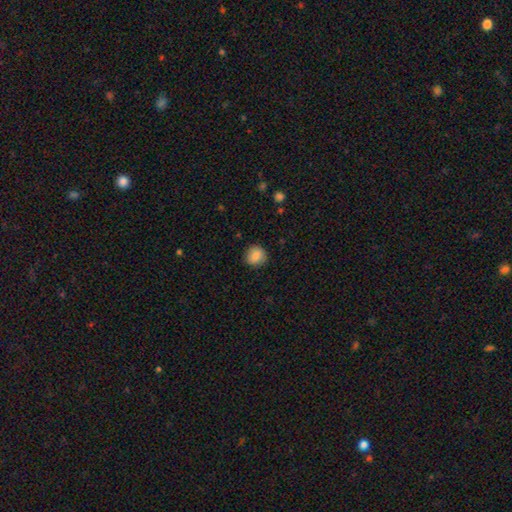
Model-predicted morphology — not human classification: smooth_or_featured: smooth (p=0.86) [alt: star or artifact p=0.08]
how_rounded: round (p=0.91) [alt: in between p=0.08]
merging: none (p=0.88) [alt: minor disturbance p=0.08]